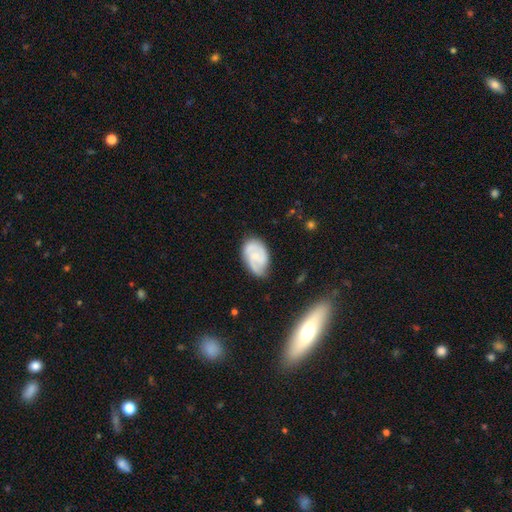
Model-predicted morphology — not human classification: Q: Smooth or featured?
A: featured or disk (60%); runner-up: smooth (33%)
Q: Edge-on disk?
A: no (97%); runner-up: yes (3%)
Q: Bar?
A: no (59%); runner-up: weak (35%)
Q: Spiral arms?
A: yes (89%); runner-up: no (11%)
Q: Spiral winding?
A: tight (43%); runner-up: medium (41%)
Q: Spiral arm count?
A: 2 (47%); runner-up: can't tell (22%)
Q: Bulge size?
A: small (45%); runner-up: none (32%)
Q: Merging?
A: none (65%); runner-up: minor disturbance (25%)